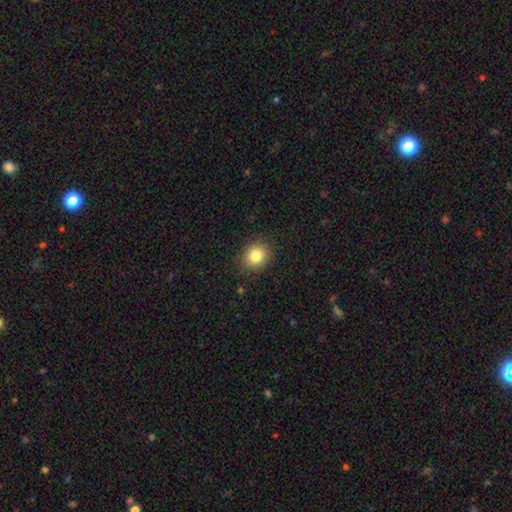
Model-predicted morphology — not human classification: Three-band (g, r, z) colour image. It shows a smooth galaxy with no disk features (83%) that is round (76%). Merging: none (88%).